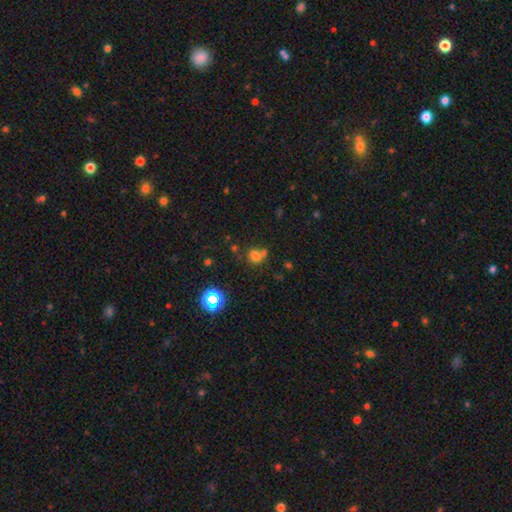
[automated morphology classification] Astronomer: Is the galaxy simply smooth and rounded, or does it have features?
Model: smooth — 66%.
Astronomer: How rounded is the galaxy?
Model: round — 62%.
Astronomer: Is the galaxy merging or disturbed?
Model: none — 42% (runner-up: merger, 39%).